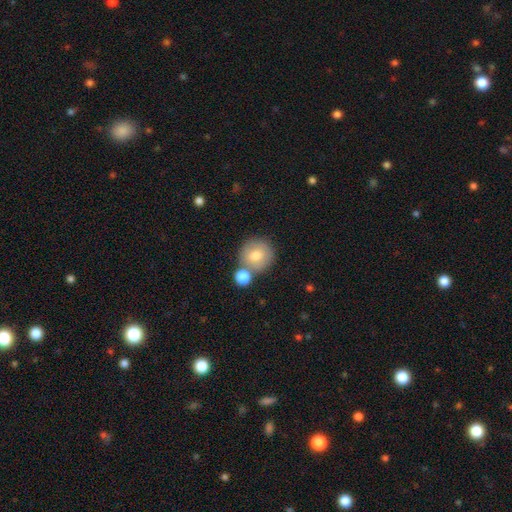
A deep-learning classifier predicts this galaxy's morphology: Overall: smooth (76%). How rounded: round (93%). Merging: none (65%).